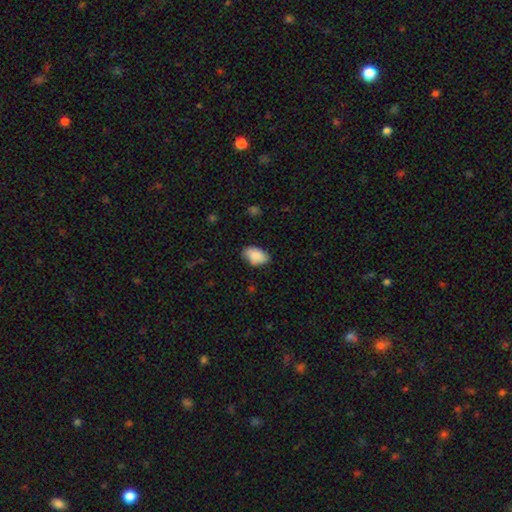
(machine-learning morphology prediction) Q: Smooth or featured?
A: smooth (87%); runner-up: star or artifact (7%)
Q: How rounded?
A: in between (92%); runner-up: round (6%)
Q: Merging?
A: none (76%); runner-up: minor disturbance (19%)